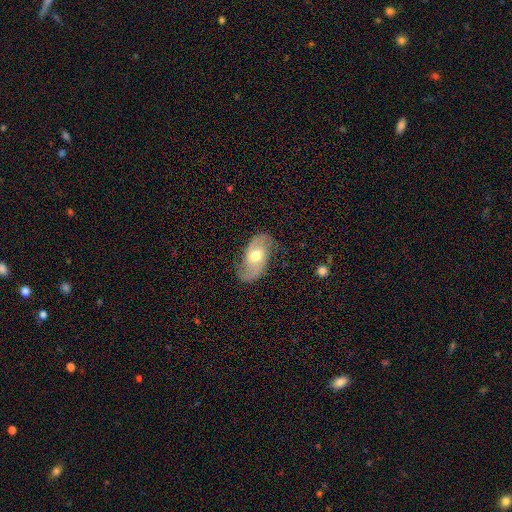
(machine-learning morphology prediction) The model was most divided on "spiral winding": loose: 47%, medium: 37%, tight: 15%. More confident: edge-on disk — no (94%); spiral arms — yes (90%); spiral arm count — 2 (89%); smooth or featured — featured or disk (76%); bulge size — moderate (75%); merging — none (74%); bar — no (60%).